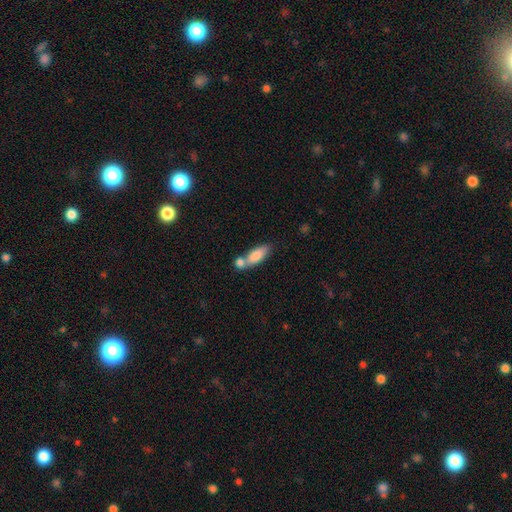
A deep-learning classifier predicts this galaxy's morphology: Smooth or featured? Predicted: smooth (p=0.80). How rounded? Predicted: in between (p=0.69). Merging? Predicted: merger (p=0.45).